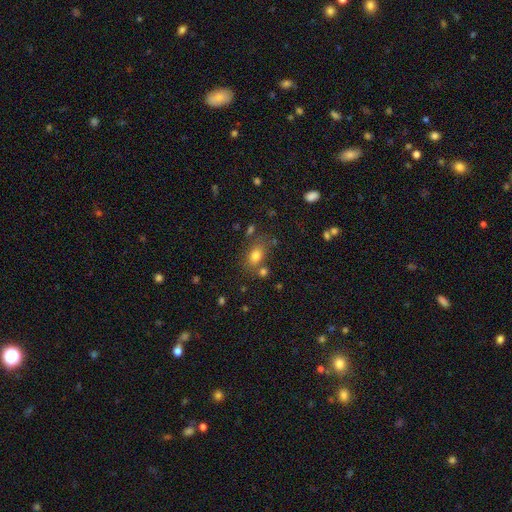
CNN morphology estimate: This is likely a smooth galaxy (78%). How rounded: likely in between (76%). Merging: likely none (66%).